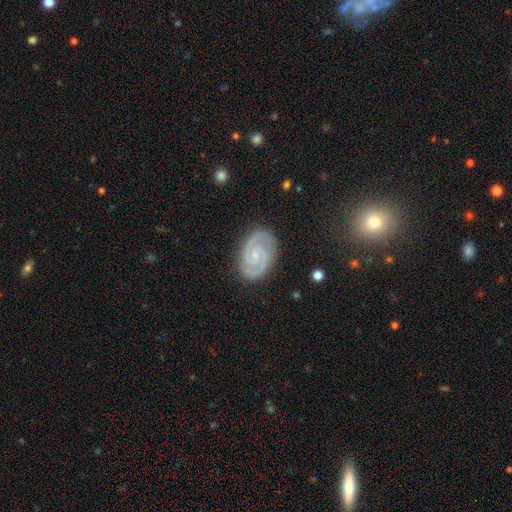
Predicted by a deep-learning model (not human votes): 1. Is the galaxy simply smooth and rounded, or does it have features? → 91% featured or disk, 5% star or artifact, 4% smooth.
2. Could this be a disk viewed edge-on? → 98% no, 2% yes.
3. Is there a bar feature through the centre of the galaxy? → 56% no, 34% weak, 9% strong.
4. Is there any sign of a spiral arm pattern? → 98% yes, 2% no.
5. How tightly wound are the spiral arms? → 59% tight, 36% medium, 4% loose.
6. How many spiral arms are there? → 92% 2, 3% 3, 2% can't tell, 1% 1, 1% 4, 1% more than 4.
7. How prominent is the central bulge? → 73% small, 19% moderate, 5% none, 1% large, 1% dominant.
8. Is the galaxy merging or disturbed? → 85% none, 11% minor disturbance, 3% major disturbance, 1% merger.